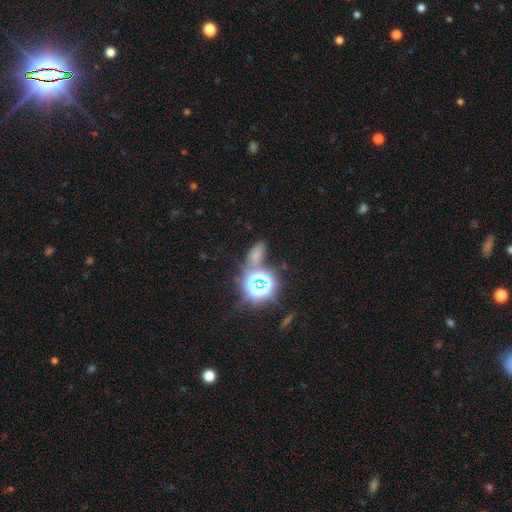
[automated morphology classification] Smooth or featured?
  - smooth: 47% *
  - star or artifact: 43%
  - featured or disk: 9%
Merging?
  - none: 61% *
  - minor disturbance: 15%
  - merger: 15%
  - major disturbance: 9%